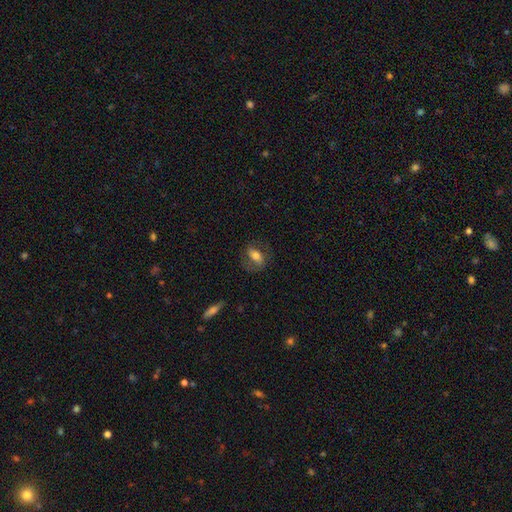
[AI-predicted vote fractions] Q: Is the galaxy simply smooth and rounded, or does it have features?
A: smooth — 55%.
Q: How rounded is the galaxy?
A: in between — 80%.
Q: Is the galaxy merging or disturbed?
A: none — 67%.